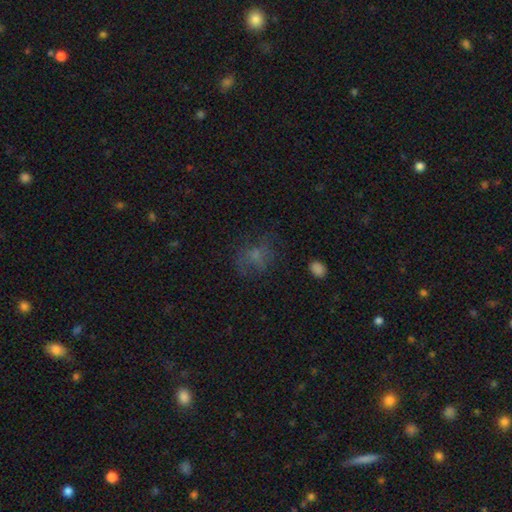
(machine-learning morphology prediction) smooth-or-featured: smooth: 53% | featured or disk: 26% | star or artifact: 21%
  how-rounded: round: 55% | in between: 44% | cigar-shaped: 1%
  merging: none: 53% | major disturbance: 23% | minor disturbance: 21% | merger: 3%